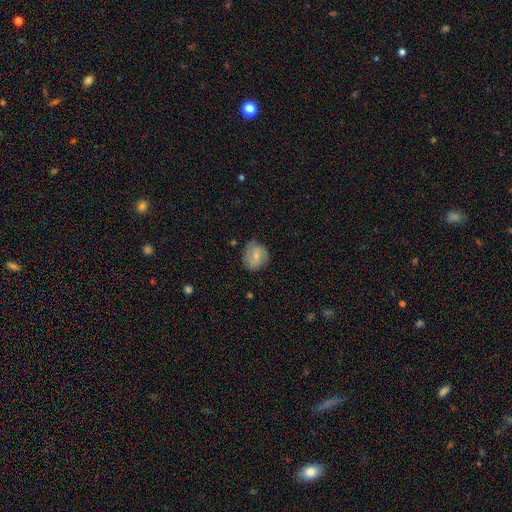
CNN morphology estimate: The model was most divided on "smooth or featured": smooth: 63%, featured or disk: 30%, star or artifact: 7%. More confident: how rounded — round (77%); merging — none (65%).